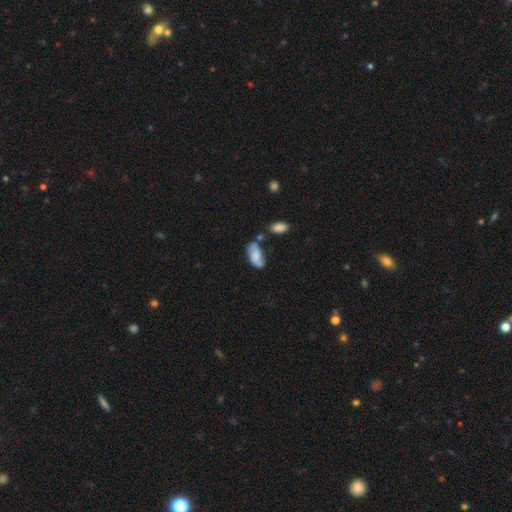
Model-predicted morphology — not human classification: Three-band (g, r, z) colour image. It shows a smooth galaxy with no disk features (66%) that is in between round and cigar-shaped (91%). Merging: none (51%).